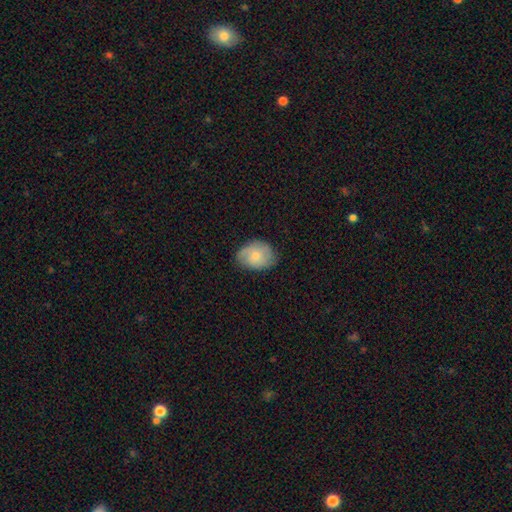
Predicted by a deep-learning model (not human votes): Overall: smooth (62%; featured or disk 31%). How rounded: in between (57%; round 42%). Merging: none (71%).